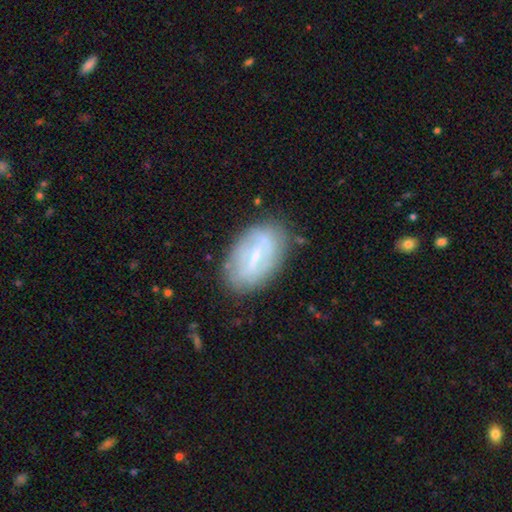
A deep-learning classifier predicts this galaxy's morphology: A featured or disk galaxy (63%) with a weak bar (46%), spiral arms (56%) and a small central bulge (67%). Merging: none (77%).